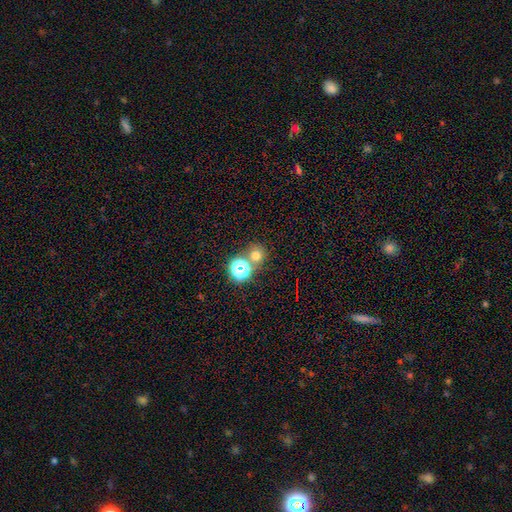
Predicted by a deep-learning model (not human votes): Smooth or featured? Predicted: smooth (p=0.65). How rounded? Predicted: round (p=0.89). Merging? Predicted: none (p=0.70).